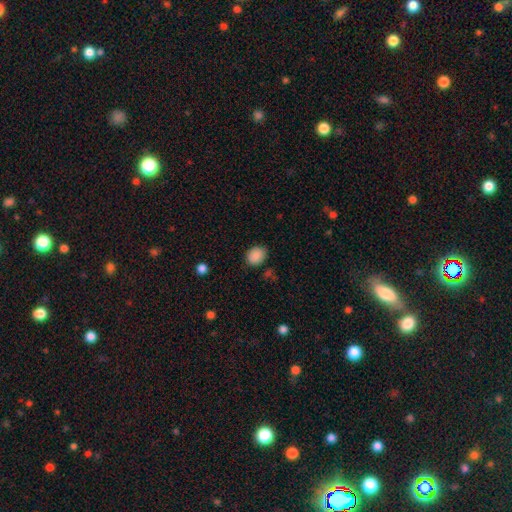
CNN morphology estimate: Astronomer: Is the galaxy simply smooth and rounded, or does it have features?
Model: smooth — 88%.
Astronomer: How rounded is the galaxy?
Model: round — 50% (runner-up: in between, 49%).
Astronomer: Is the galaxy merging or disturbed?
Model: none — 83%.